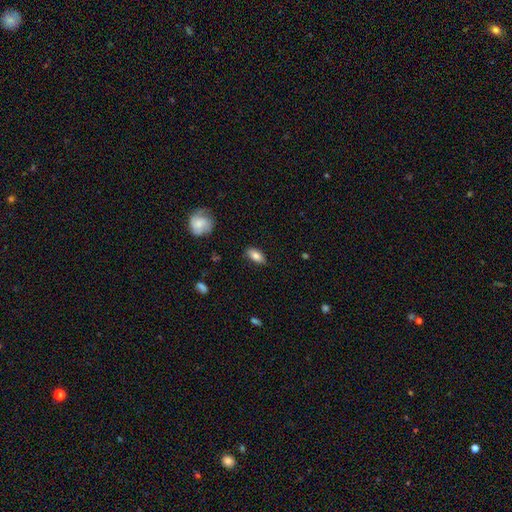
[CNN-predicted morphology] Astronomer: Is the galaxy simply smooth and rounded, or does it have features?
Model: smooth — 82%.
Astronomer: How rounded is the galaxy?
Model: in between — 88%.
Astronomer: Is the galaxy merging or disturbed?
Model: none — 84%.